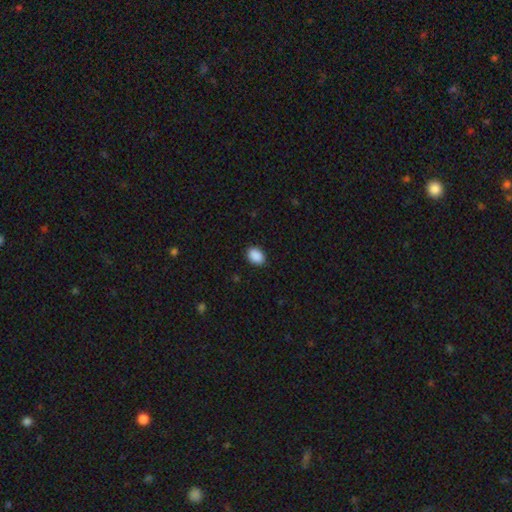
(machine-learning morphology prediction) smooth-or-featured: smooth: 91% | star or artifact: 7% | featured or disk: 2%
  how-rounded: in between: 78% | round: 21% | cigar-shaped: 1%
  merging: none: 90% | minor disturbance: 8% | major disturbance: 2% | merger: 1%